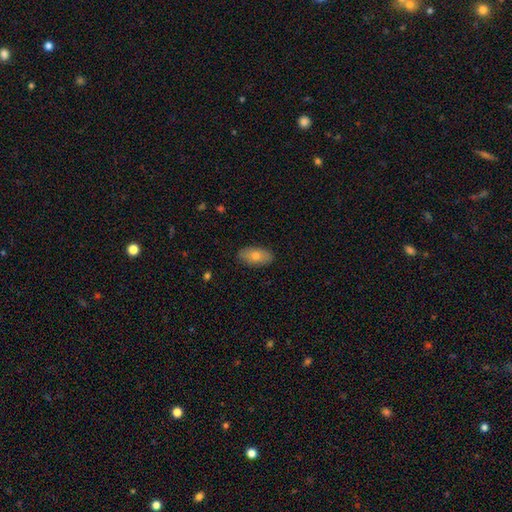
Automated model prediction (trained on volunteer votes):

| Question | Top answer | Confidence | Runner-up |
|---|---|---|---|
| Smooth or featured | smooth | 72% | featured or disk (21%) |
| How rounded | in between | 90% | cigar-shaped (6%) |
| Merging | none | 88% | minor disturbance (9%) |